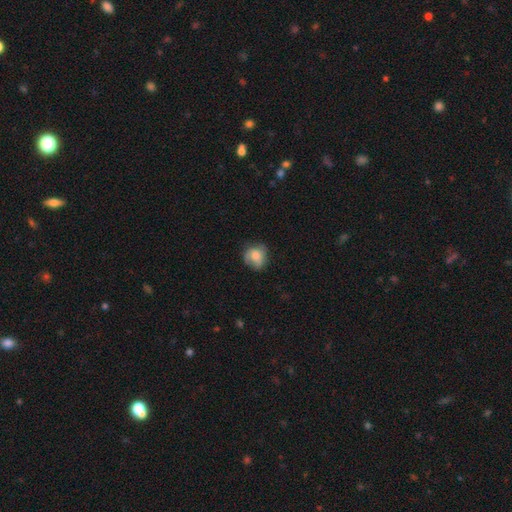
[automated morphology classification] Smooth or featured: smooth — 68% (featured or disk — 24%)
How rounded: round — 72% (in between — 27%)
Merging: none — 61% (minor disturbance — 27%)